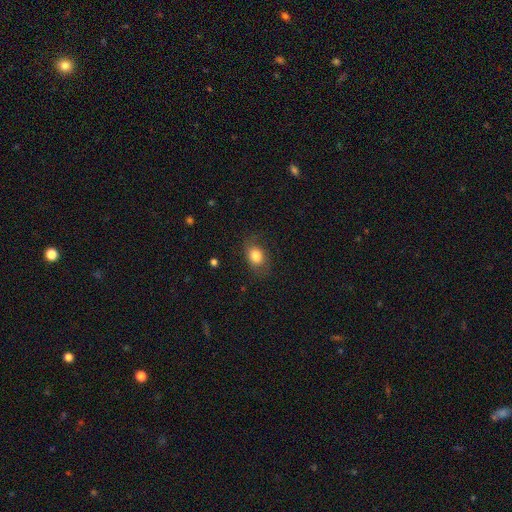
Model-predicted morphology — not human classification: A smooth galaxy with no disk features (81%) that is in between round and cigar-shaped (64%).

Vote fractions:
- Smooth or featured? smooth: 81% / featured or disk: 10% / star or artifact: 9%
- How rounded? in between: 64% / round: 35% / cigar-shaped: 1%
- Merging? none: 73% / minor disturbance: 19% / major disturbance: 7% / merger: 1%